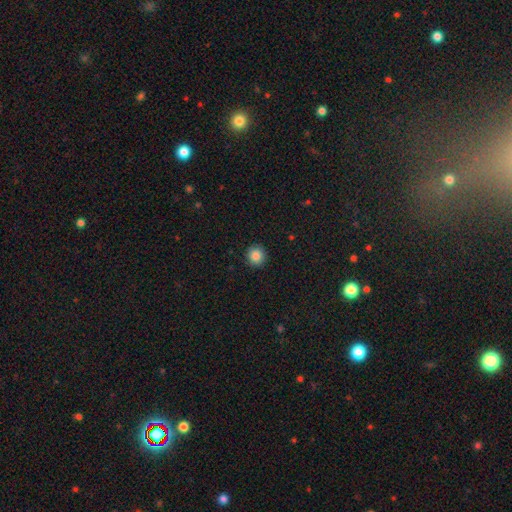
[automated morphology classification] Smooth or featured?
  - smooth: 87% *
  - star or artifact: 10%
  - featured or disk: 4%
How rounded?
  - round: 93% *
  - in between: 6%
  - cigar-shaped: 1%
Merging?
  - none: 91% *
  - minor disturbance: 6%
  - major disturbance: 2%
  - merger: 1%